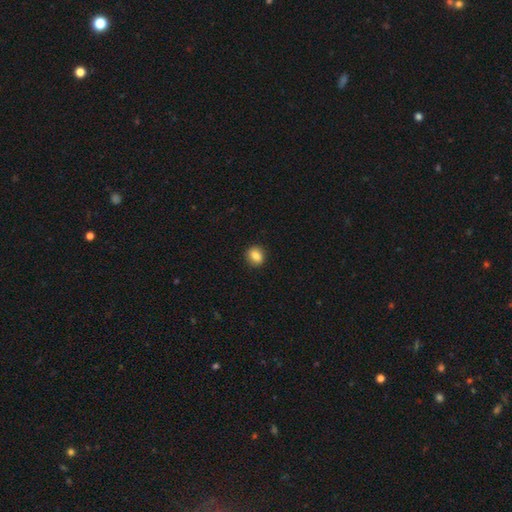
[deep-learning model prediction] smooth 84%, star or artifact 9%, featured or disk 7%. Down the decision tree: how rounded — round (64%); merging — none (90%).